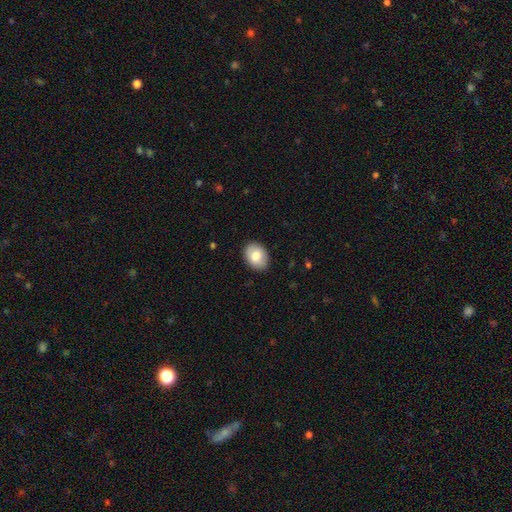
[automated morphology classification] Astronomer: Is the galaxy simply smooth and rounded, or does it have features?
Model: smooth — 79%.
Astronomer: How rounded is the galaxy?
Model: in between — 73%.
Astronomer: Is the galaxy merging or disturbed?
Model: none — 88%.